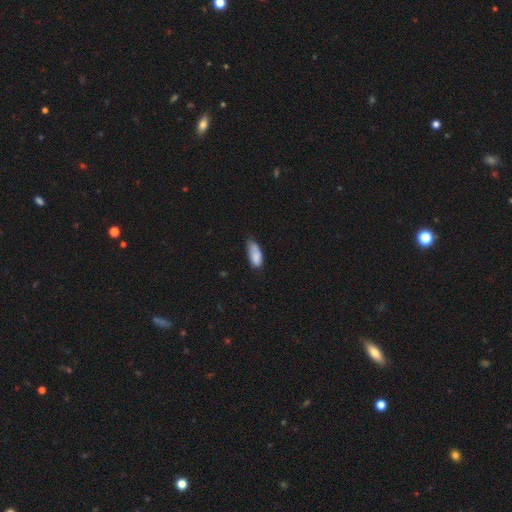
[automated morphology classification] Smooth or featured?
  - smooth: 81% *
  - featured or disk: 11%
  - star or artifact: 8%
How rounded?
  - in between: 84% *
  - cigar-shaped: 14%
  - round: 2%
Merging?
  - none: 43% *
  - minor disturbance: 40%
  - major disturbance: 11%
  - merger: 5%